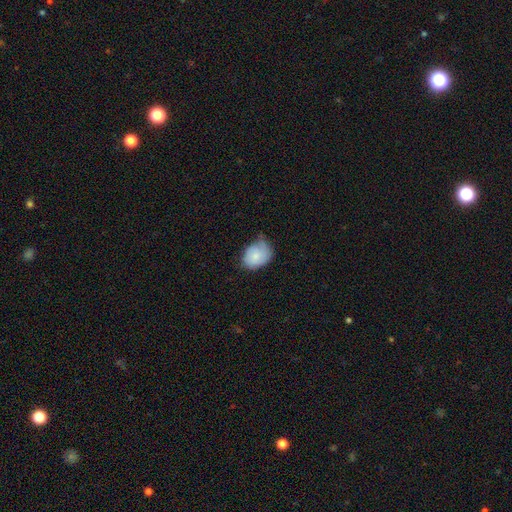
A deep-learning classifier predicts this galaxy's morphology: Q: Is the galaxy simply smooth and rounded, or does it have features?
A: smooth — 75%.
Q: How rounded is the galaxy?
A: in between — 64%.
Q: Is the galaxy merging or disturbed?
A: none — 44%.